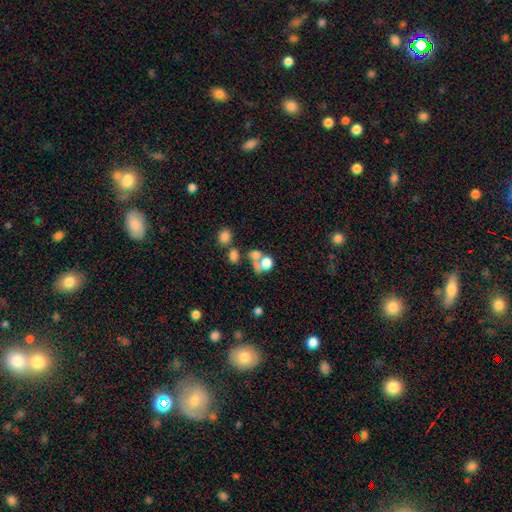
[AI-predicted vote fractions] smooth 52%, star or artifact 31%, featured or disk 17%. Down the decision tree: how rounded — round (72%); merging — none (48%).